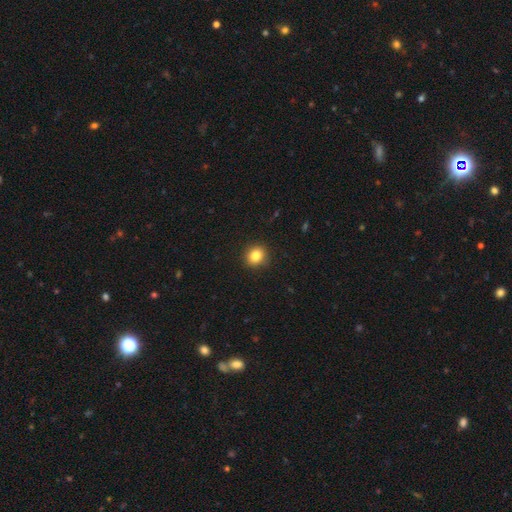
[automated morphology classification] smooth-or-featured: smooth: 84% | star or artifact: 10% | featured or disk: 5%
  how-rounded: round: 81% | in between: 18% | cigar-shaped: 1%
  merging: none: 90% | minor disturbance: 7% | major disturbance: 2% | merger: 1%